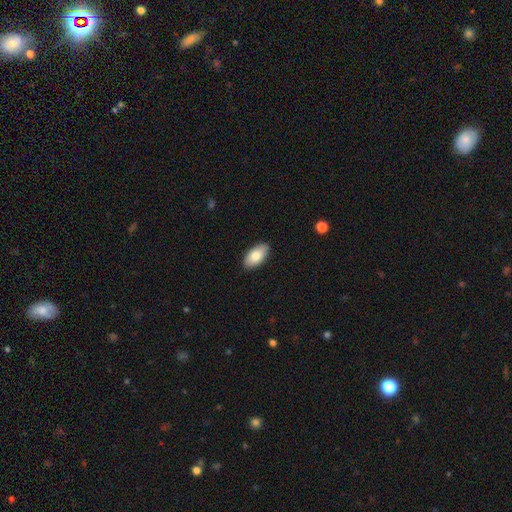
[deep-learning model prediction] Morphology: type=smooth (83%); roundness=in between (95%); merging=none (88%).